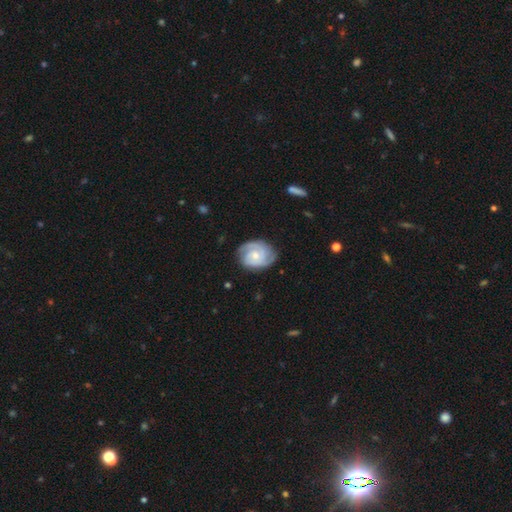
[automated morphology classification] A featured or disk galaxy (84%) with no bar (68%), 2 (42%) tight (63%) spiral arms (97%) and a small central bulge (51%).

Vote fractions:
- Smooth or featured? featured or disk: 84% / smooth: 11% / star or artifact: 4%
- Edge-on disk? no: 98% / yes: 2%
- Bar? no: 68% / weak: 28% / strong: 4%
- Spiral arms? yes: 97% / no: 3%
- Spiral winding? tight: 63% / medium: 31% / loose: 6%
- Spiral arm count? 2: 42% / 3: 32% / can't tell: 14% / 4: 5% / 1: 4% / more than 4: 3%
- Bulge size? small: 51% / moderate: 44% / none: 2% / large: 2% / dominant: 1%
- Merging? none: 77% / minor disturbance: 17% / major disturbance: 5% / merger: 1%